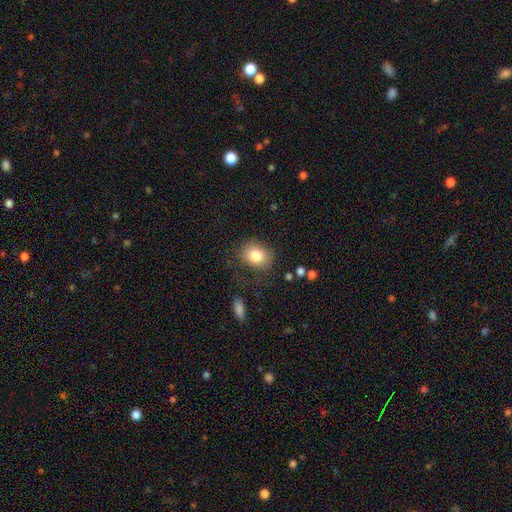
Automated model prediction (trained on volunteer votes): Morphology: type=smooth (82%); roundness=in between (50%); merging=none (75%).